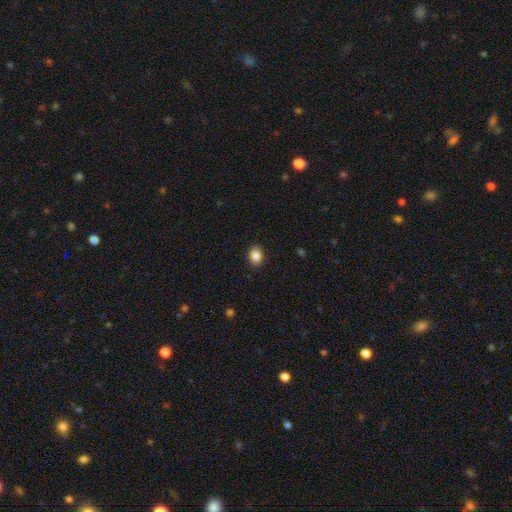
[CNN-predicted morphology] Q: Smooth or featured?
A: smooth (86%); runner-up: star or artifact (9%)
Q: How rounded?
A: in between (62%); runner-up: round (37%)
Q: Merging?
A: none (90%); runner-up: minor disturbance (7%)